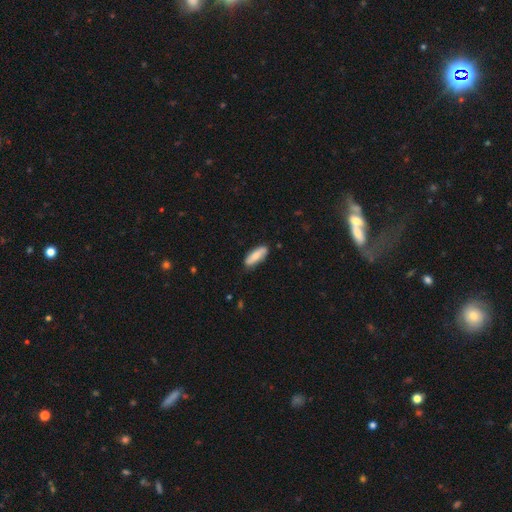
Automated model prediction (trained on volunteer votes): A smooth galaxy with no disk features (73%) that is in between round and cigar-shaped (60%).

Vote fractions:
- Smooth or featured? smooth: 73% / featured or disk: 21% / star or artifact: 6%
- How rounded? in between: 60% / cigar-shaped: 38% / round: 2%
- Merging? none: 82% / minor disturbance: 15% / major disturbance: 2% / merger: 1%